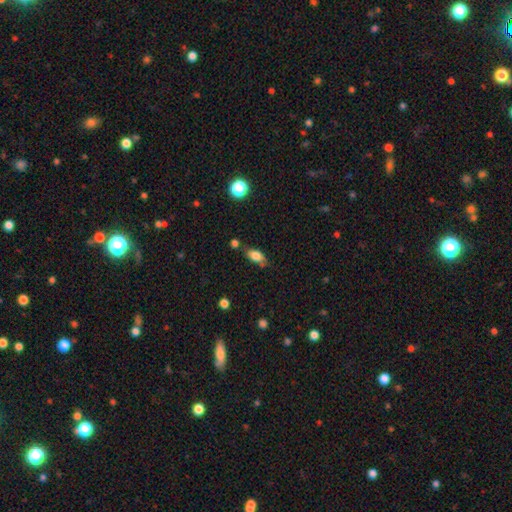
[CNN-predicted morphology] This is likely a smooth galaxy (78%). How rounded: clearly in between (83%). Merging: likely none (65%).